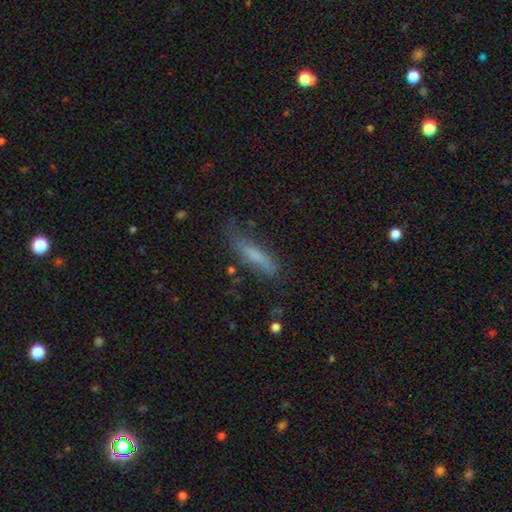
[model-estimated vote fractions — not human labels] Smooth or featured? smooth (64%)
How rounded? cigar-shaped (82%)
Merging? none (60%)